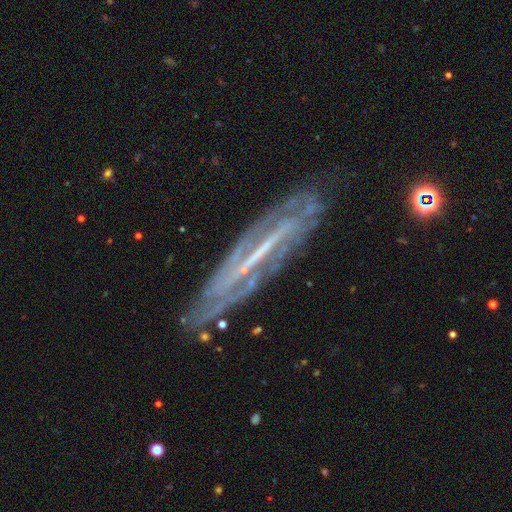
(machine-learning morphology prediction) The model was most divided on "edge-on disk": no: 61%, yes: 39%. More confident: smooth or featured — featured or disk (80%); merging — none (77%).